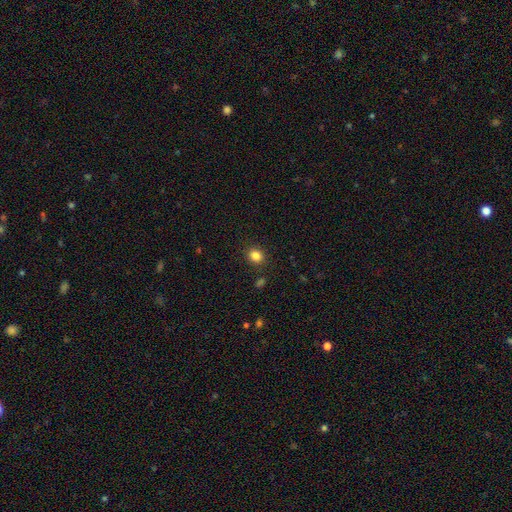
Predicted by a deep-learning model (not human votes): smooth-or-featured: smooth: 84% | star or artifact: 11% | featured or disk: 4%
  how-rounded: round: 69% | in between: 30% | cigar-shaped: 1%
  merging: none: 87% | minor disturbance: 8% | major disturbance: 3% | merger: 2%